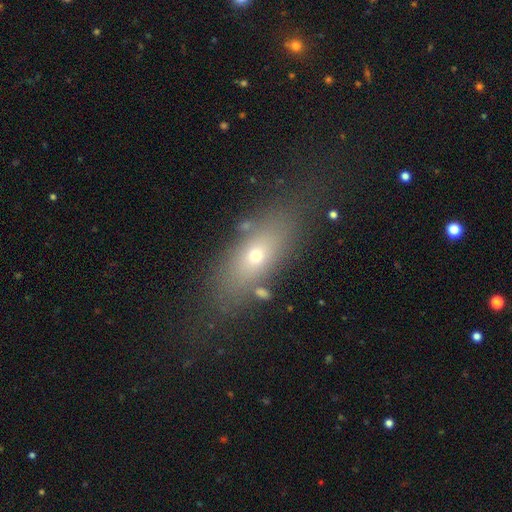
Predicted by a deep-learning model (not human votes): Smooth or featured?
  - smooth: 58% *
  - featured or disk: 26%
  - star or artifact: 15%
How rounded?
  - in between: 63% *
  - cigar-shaped: 27%
  - round: 10%
Merging?
  - none: 73% *
  - minor disturbance: 14%
  - major disturbance: 8%
  - merger: 5%